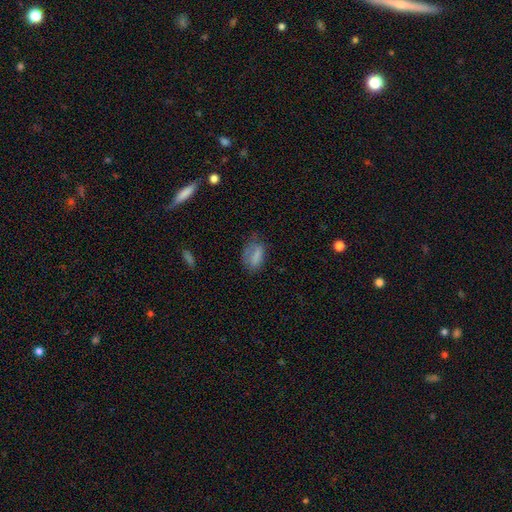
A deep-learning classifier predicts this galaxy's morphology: Smooth or featured: smooth — 74% (featured or disk — 16%)
How rounded: in between — 86% (round — 9%)
Merging: none — 48% (minor disturbance — 30%)